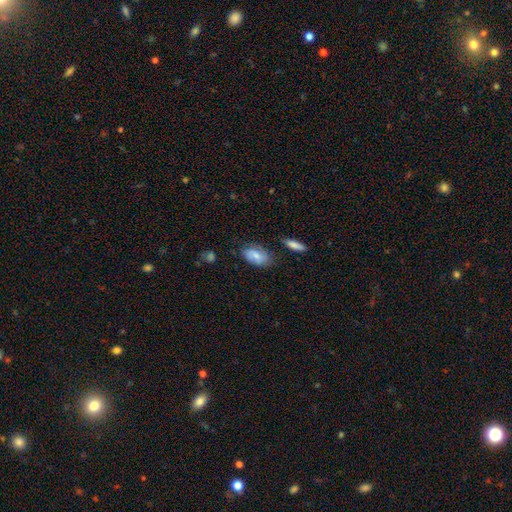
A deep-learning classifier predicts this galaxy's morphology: A smooth galaxy with no disk features (67%) that is in between round and cigar-shaped (91%). Merging: none (68%).